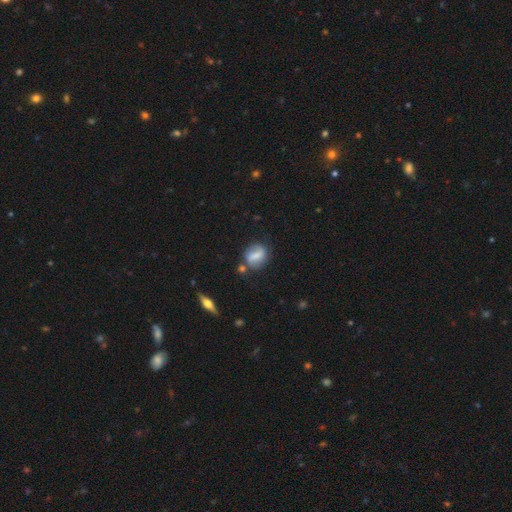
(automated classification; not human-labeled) Smooth or featured: smooth — 52% (featured or disk — 39%)
How rounded: round — 48% (in between — 46%)
Merging: none — 66% (minor disturbance — 19%)